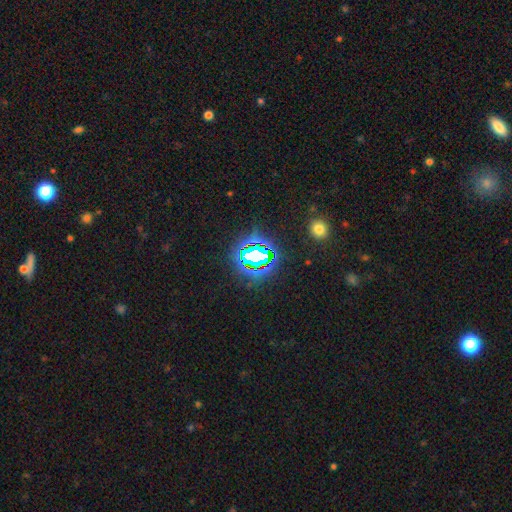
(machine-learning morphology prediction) smooth_or_featured: star or artifact (p=0.74) [alt: smooth p=0.15]